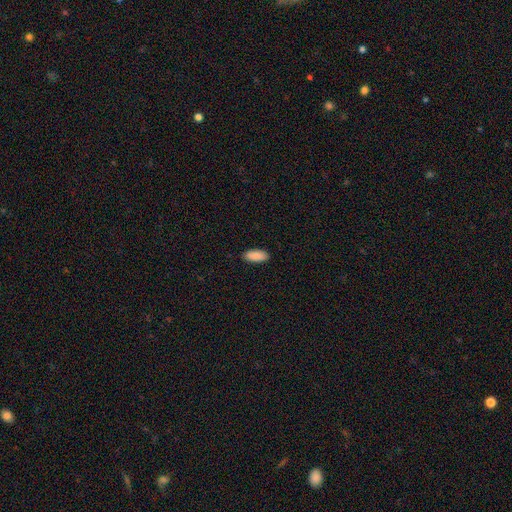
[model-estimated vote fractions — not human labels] Smooth or featured? smooth (91%)
How rounded? in between (85%)
Merging? none (90%)